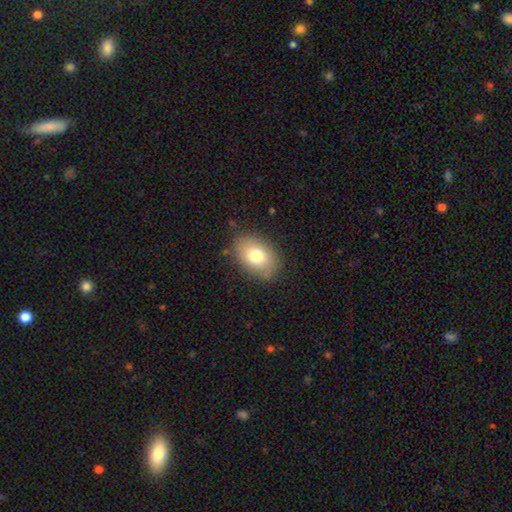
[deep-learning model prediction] The model was most divided on "how rounded": in between: 80%, round: 19%, cigar-shaped: 1%. More confident: merging — none (83%); smooth or featured — smooth (76%).